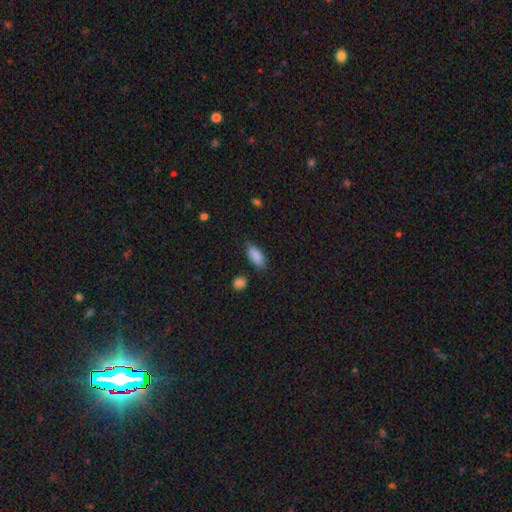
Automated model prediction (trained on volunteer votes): A smooth galaxy with no disk features (88%) that is in between round and cigar-shaped (85%). Merging: none (74%).